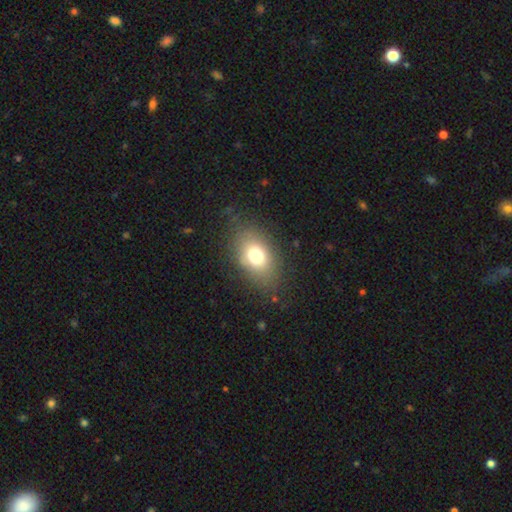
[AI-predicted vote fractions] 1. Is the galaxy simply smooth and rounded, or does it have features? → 74% smooth, 15% featured or disk, 12% star or artifact.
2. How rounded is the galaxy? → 78% in between, 20% round, 1% cigar-shaped.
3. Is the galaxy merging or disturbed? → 79% none, 13% minor disturbance, 6% major disturbance, 1% merger.